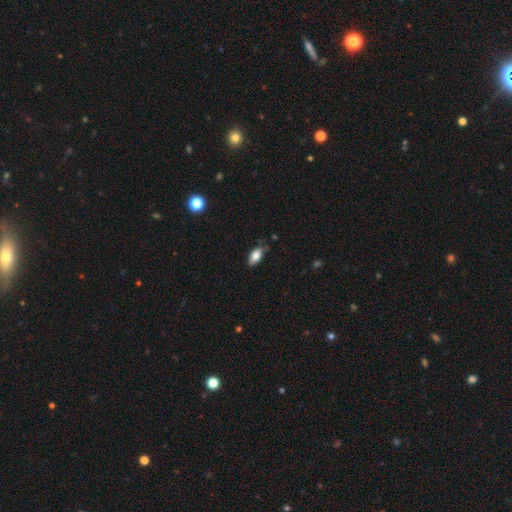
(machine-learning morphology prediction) type=smooth (80%); roundness=in between (89%); merging=none (73%).